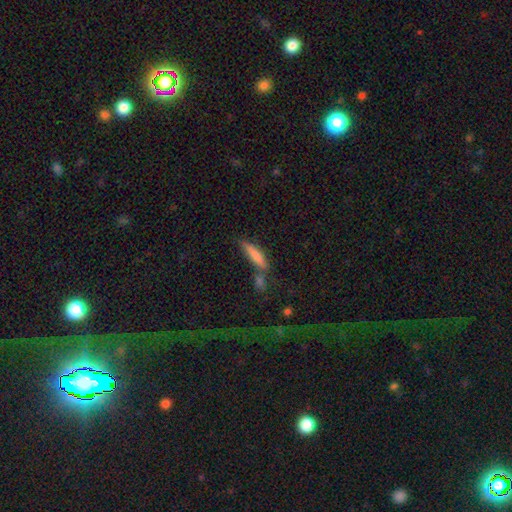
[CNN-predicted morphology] smooth 76%, featured or disk 16%, star or artifact 7%. Down the decision tree: how rounded — cigar-shaped (77%); merging — none (55%).